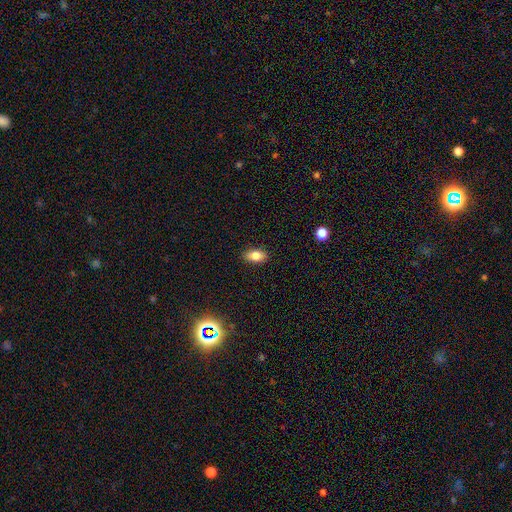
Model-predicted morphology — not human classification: type=smooth (80%); roundness=in between (88%); merging=none (88%).